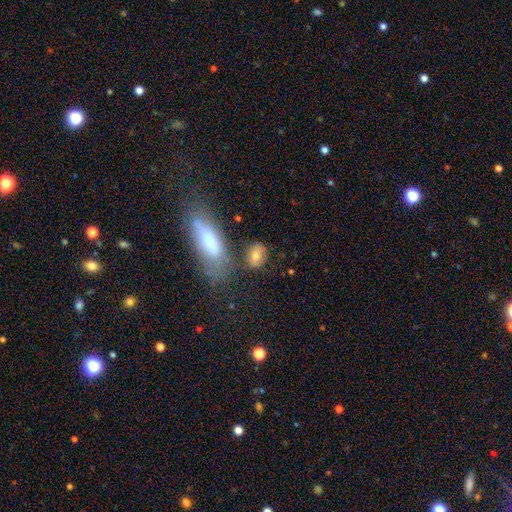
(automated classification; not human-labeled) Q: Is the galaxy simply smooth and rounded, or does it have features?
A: smooth — 65%.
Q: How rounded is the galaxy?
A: in between — 64%.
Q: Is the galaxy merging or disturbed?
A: none — 65%.